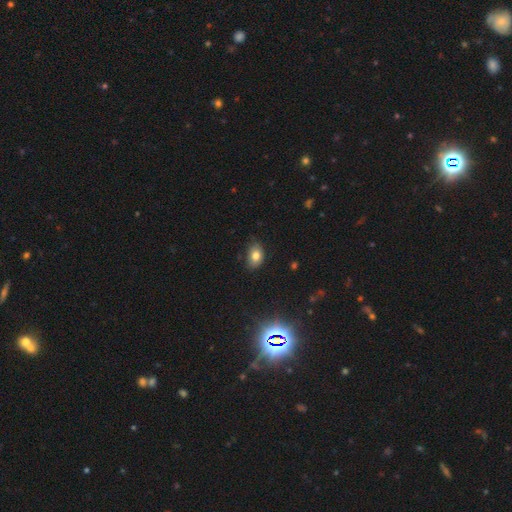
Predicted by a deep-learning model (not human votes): Q: Smooth or featured?
A: smooth (78%); runner-up: star or artifact (12%)
Q: How rounded?
A: in between (79%); runner-up: round (19%)
Q: Merging?
A: none (77%); runner-up: minor disturbance (18%)